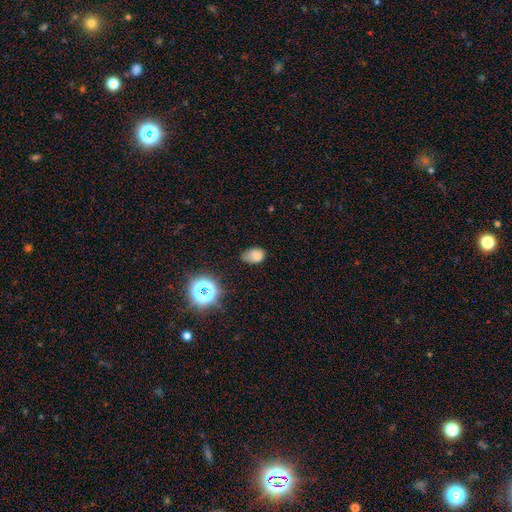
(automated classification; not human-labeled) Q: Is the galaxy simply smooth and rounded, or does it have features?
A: smooth — 75%.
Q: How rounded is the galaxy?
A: in between — 80%.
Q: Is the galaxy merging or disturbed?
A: none — 46%.